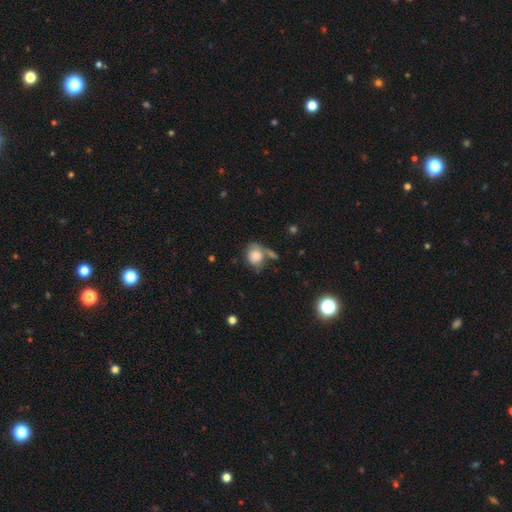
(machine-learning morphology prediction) Smooth or featured? Predicted: smooth (p=0.78). How rounded? Predicted: round (p=0.61). Merging? Predicted: none (p=0.44).